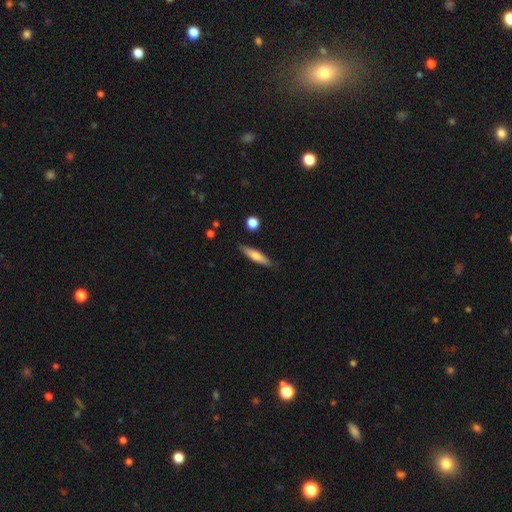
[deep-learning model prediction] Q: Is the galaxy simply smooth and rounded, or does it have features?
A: smooth — 57%.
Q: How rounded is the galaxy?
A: cigar-shaped — 82%.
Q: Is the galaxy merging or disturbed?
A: none — 87%.